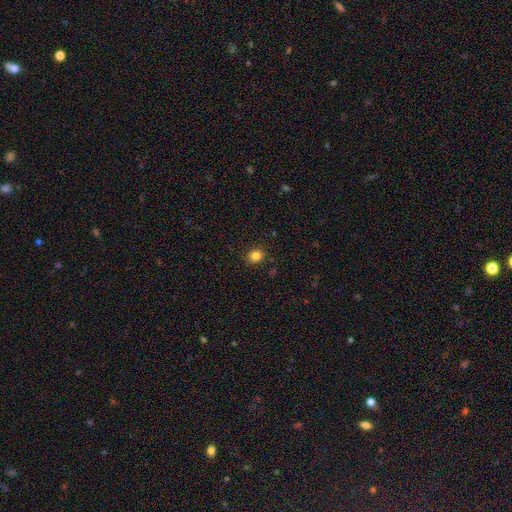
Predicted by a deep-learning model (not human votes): Smooth or featured?
  - smooth: 83% *
  - star or artifact: 12%
  - featured or disk: 5%
How rounded?
  - round: 73% *
  - in between: 26%
  - cigar-shaped: 1%
Merging?
  - none: 90% *
  - minor disturbance: 7%
  - major disturbance: 2%
  - merger: 1%